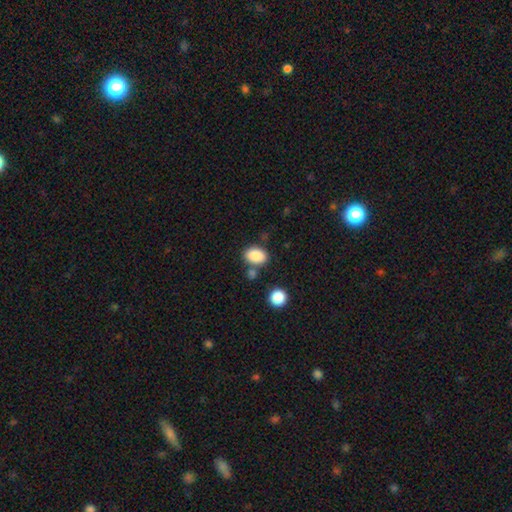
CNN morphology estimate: Smooth or featured? Predicted: smooth (p=0.87). How rounded? Predicted: in between (p=0.81). Merging? Predicted: none (p=0.71).